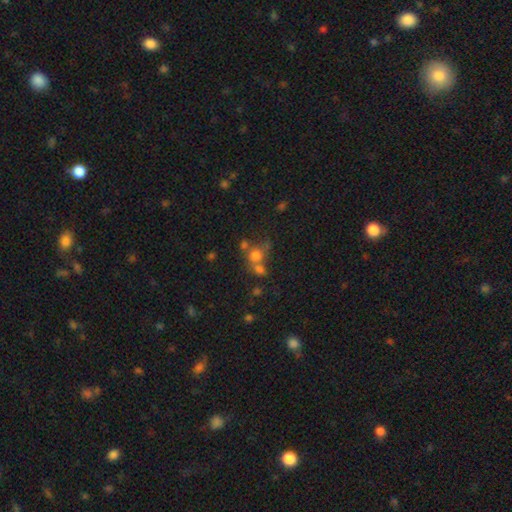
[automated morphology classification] This appears to be a smooth galaxy with no disk features (67%) that is round (80%). Merging: merger (43%).